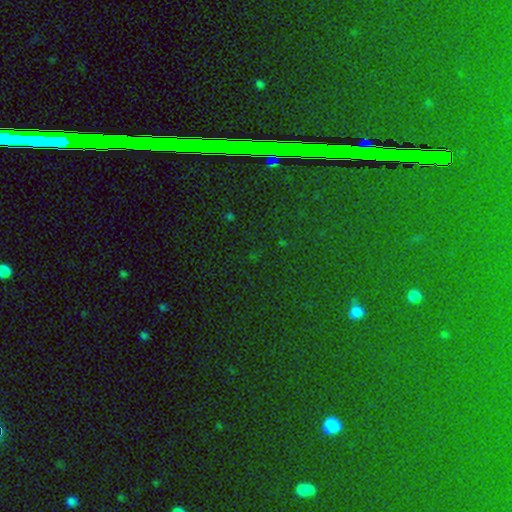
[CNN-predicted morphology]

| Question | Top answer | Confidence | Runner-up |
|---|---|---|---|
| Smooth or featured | star or artifact | 83% | smooth (9%) |